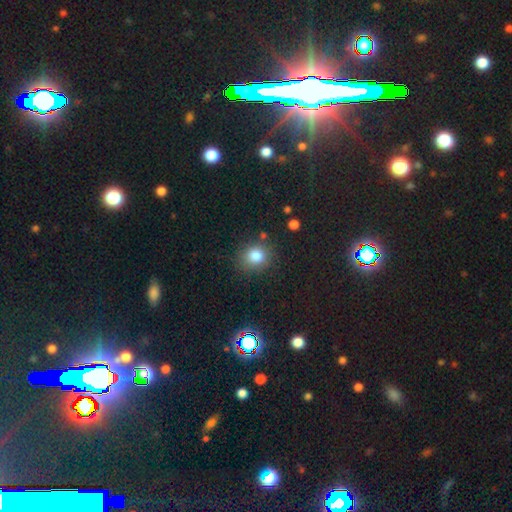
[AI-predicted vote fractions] Overall: smooth (83%). How rounded: round (68%; in between 31%). Merging: none (77%).